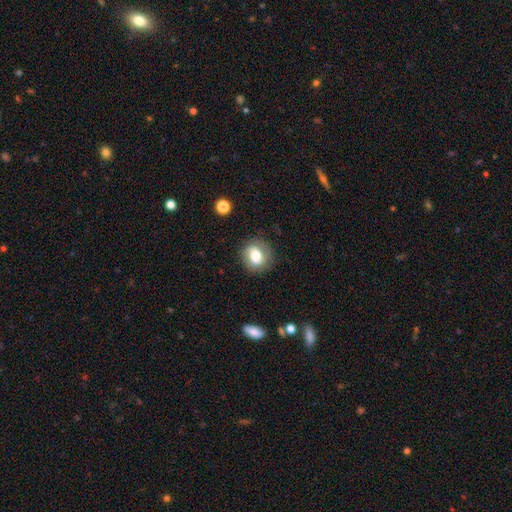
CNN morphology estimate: A smooth galaxy with no disk features (61%) that is round (70%). Merging: none (80%).